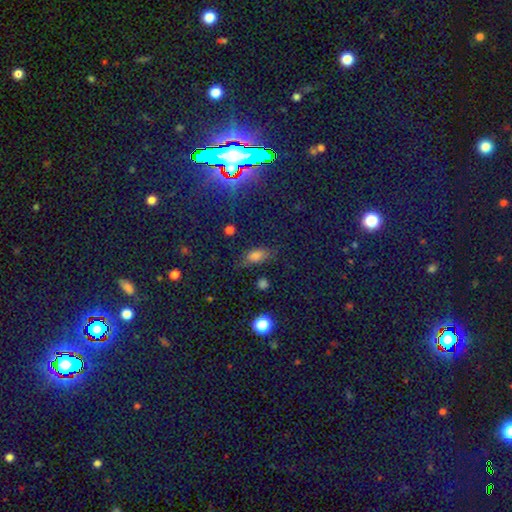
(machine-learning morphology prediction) smooth 62%, star or artifact 28%, featured or disk 10%. Down the decision tree: how rounded — in between (80%); merging — none (73%).